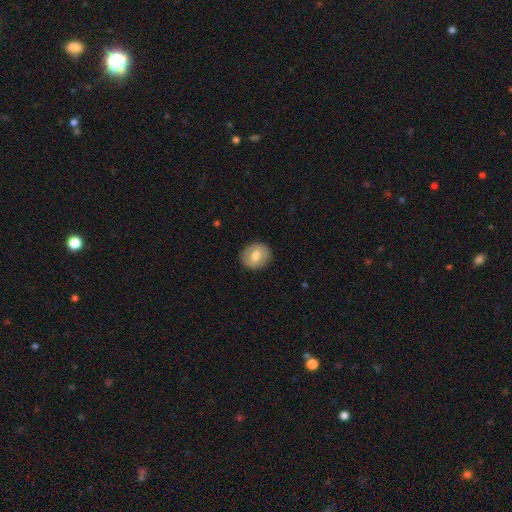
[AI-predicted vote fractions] A smooth galaxy with no disk features (64%) that is round (73%).

Vote fractions:
- Smooth or featured? smooth: 64% / featured or disk: 29% / star or artifact: 7%
- How rounded? round: 73% / in between: 26% / cigar-shaped: 1%
- Merging? none: 89% / minor disturbance: 8% / major disturbance: 2% / merger: 1%